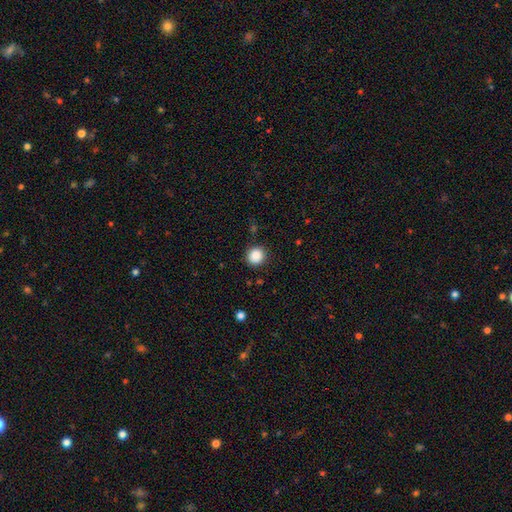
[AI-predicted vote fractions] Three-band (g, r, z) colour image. It shows a smooth galaxy with no disk features (87%) that is round (92%). Merging: none (89%).